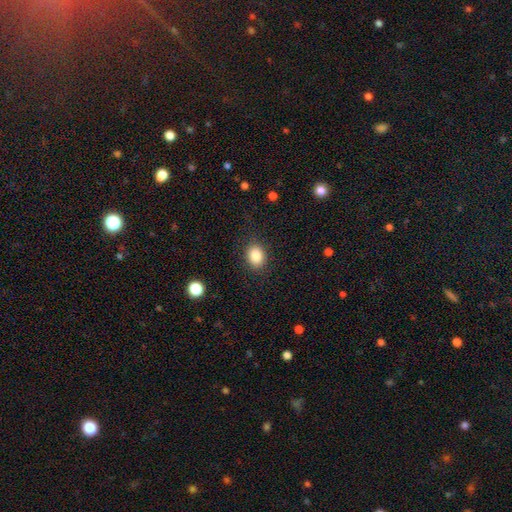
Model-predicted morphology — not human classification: Overall: smooth (86%). How rounded: in between (52%; round 47%). Merging: none (86%).